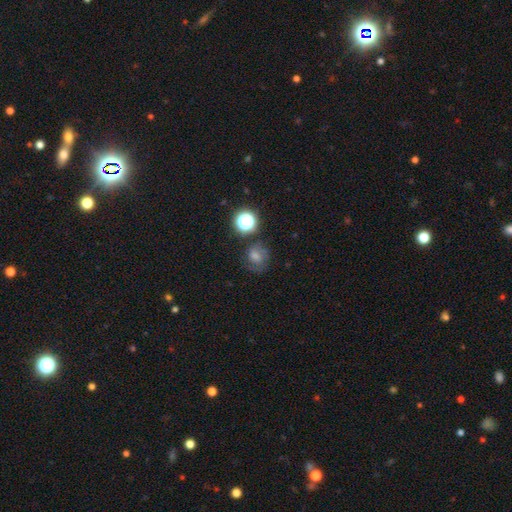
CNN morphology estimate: Overall: smooth (34%; featured or disk 33%). Merging: none (75%).